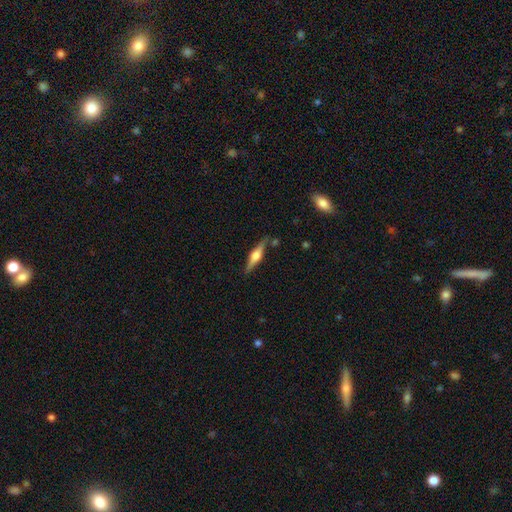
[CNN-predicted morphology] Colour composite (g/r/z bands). It shows a featured or disk galaxy (73%) viewed edge-on (97%) with a rounded central bulge (90%). Merging: none (84%).